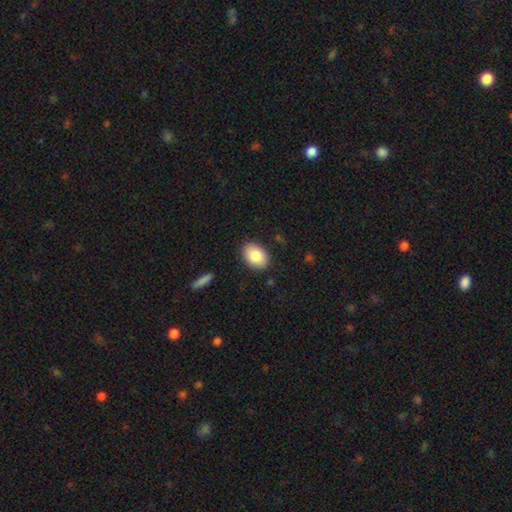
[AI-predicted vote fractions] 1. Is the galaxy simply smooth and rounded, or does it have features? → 86% smooth, 7% featured or disk, 7% star or artifact.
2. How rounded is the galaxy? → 83% in between, 16% round, 1% cigar-shaped.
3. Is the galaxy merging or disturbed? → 87% none, 10% minor disturbance, 2% major disturbance, 1% merger.